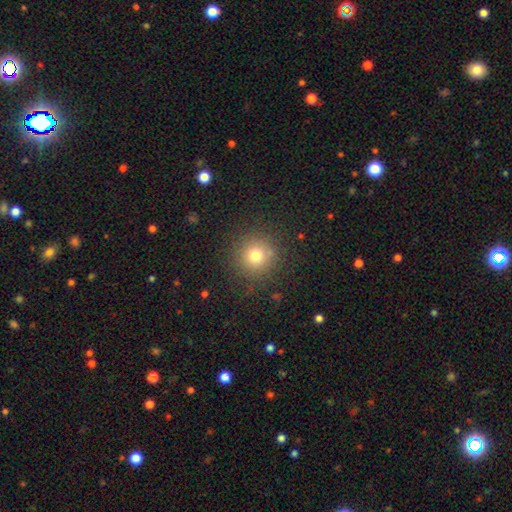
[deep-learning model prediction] smooth_or_featured: smooth (p=0.75) [alt: star or artifact p=0.16]
how_rounded: round (p=0.93) [alt: in between p=0.06]
merging: none (p=0.85) [alt: minor disturbance p=0.09]